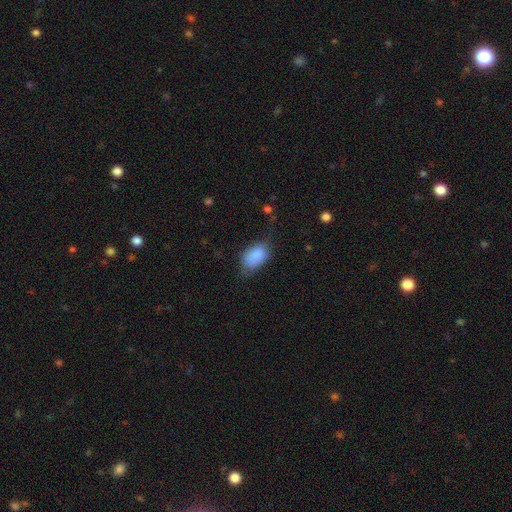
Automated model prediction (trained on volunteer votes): The model was most divided on "merging": none: 47%, minor disturbance: 37%, major disturbance: 14%, merger: 3%. More confident: how rounded — in between (88%); smooth or featured — smooth (83%).